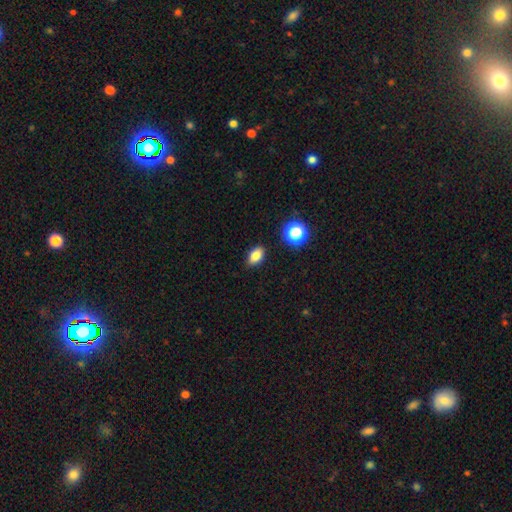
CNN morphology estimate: Smooth or featured: smooth — 82% (star or artifact — 11%)
How rounded: in between — 85% (round — 12%)
Merging: none — 86% (minor disturbance — 10%)